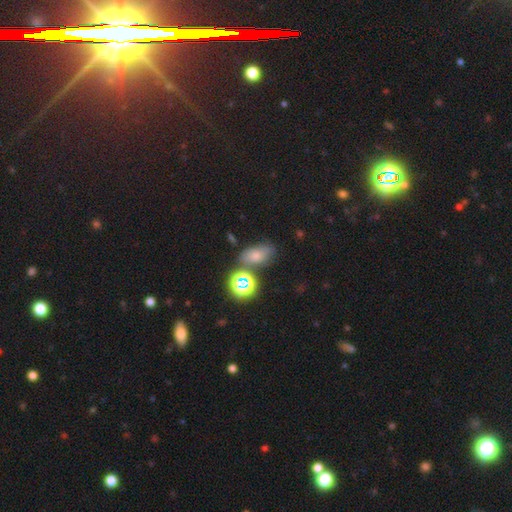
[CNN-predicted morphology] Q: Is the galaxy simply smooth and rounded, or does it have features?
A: smooth — 60%.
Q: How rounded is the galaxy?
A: in between — 79%.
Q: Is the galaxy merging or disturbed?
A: none — 56%.